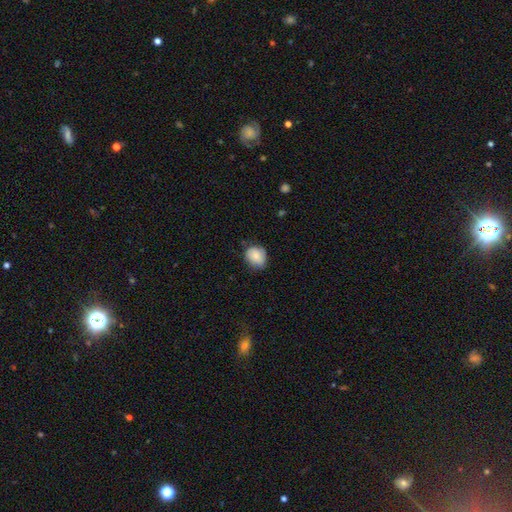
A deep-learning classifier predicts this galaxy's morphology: This is clearly a smooth galaxy (81%). How rounded: likely round (61%). Merging: likely none (68%).